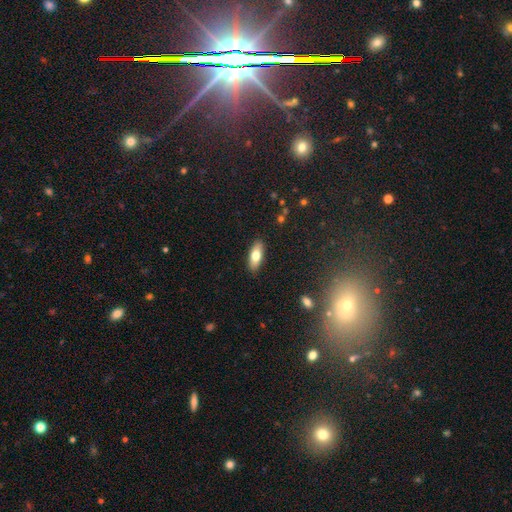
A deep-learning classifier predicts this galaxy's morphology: type=smooth (75%); roundness=in between (76%); merging=none (89%).